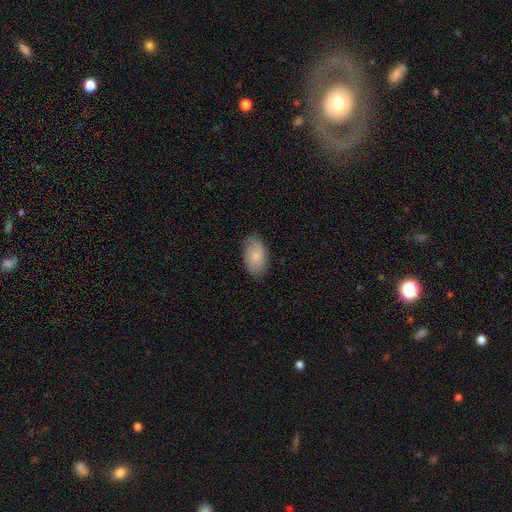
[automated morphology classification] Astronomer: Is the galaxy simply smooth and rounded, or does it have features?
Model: smooth — 76%.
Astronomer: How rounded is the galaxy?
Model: in between — 93%.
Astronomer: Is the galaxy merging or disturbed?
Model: none — 77%.